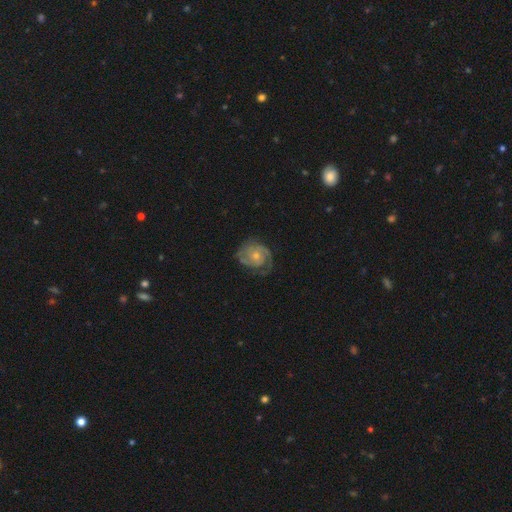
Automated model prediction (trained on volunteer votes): Smooth or featured? Predicted: featured or disk (p=0.80). Edge-on disk? Predicted: no (p=0.98). Bar? Predicted: no (p=0.75). Spiral arms? Predicted: yes (p=0.93). Spiral winding? Predicted: tight (p=0.52). Spiral arm count? Predicted: 2 (p=0.50). Bulge size? Predicted: small (p=0.55). Merging? Predicted: none (p=0.62).